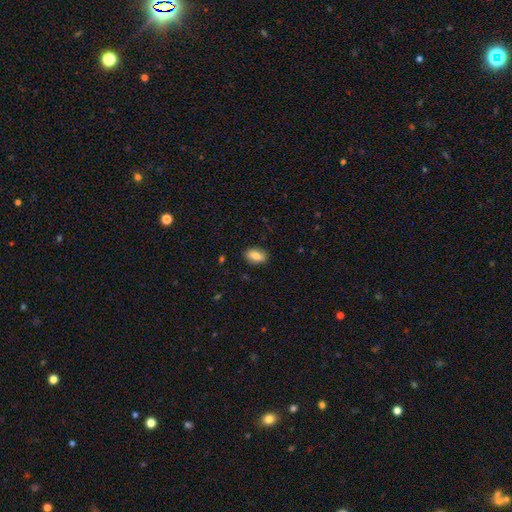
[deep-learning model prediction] Overall: smooth (85%). How rounded: in between (90%). Merging: none (86%).